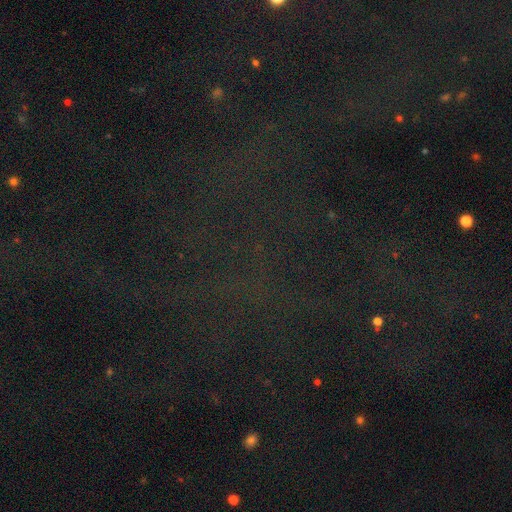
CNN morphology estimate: type=star or artifact (77%).